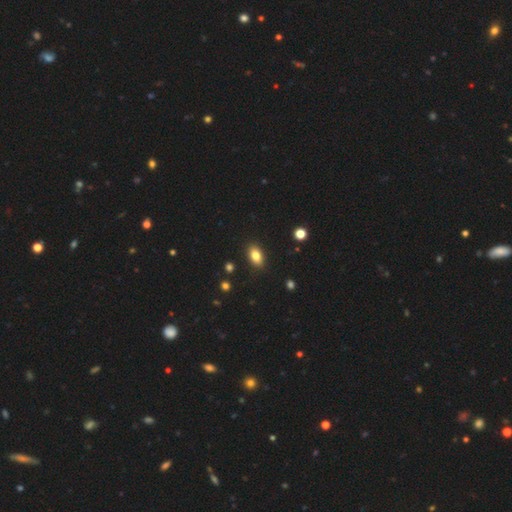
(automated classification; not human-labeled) Overall: smooth (83%). How rounded: in between (88%). Merging: none (88%).